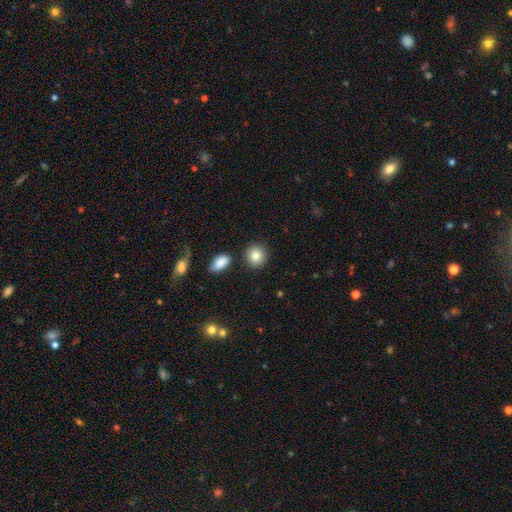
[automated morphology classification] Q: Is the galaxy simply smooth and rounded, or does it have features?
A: smooth — 85%.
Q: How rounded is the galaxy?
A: round — 87%.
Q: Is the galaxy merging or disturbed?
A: none — 87%.